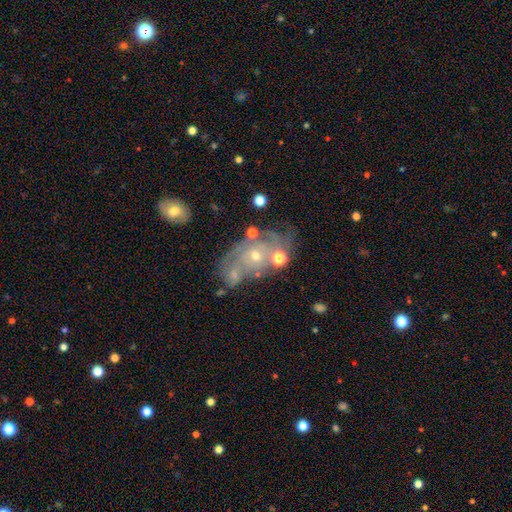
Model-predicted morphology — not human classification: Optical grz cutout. It shows a featured or disk galaxy (81%) with no bar (81%), tight (60%) spiral arms (91%) and a small central bulge (68%). Merging: none (56%).